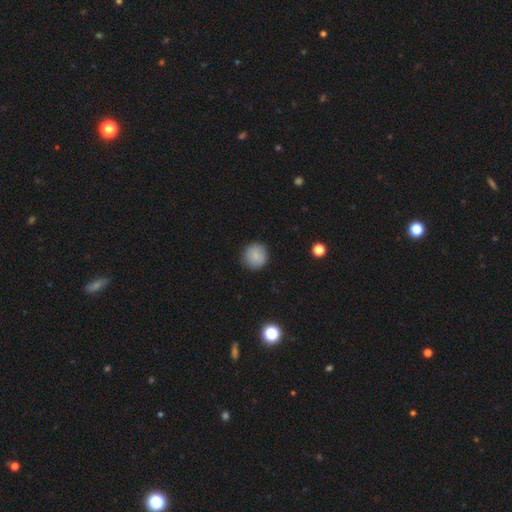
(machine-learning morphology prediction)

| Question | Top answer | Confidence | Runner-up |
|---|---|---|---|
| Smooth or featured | smooth | 85% | star or artifact (8%) |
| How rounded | round | 93% | in between (6%) |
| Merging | none | 89% | minor disturbance (8%) |